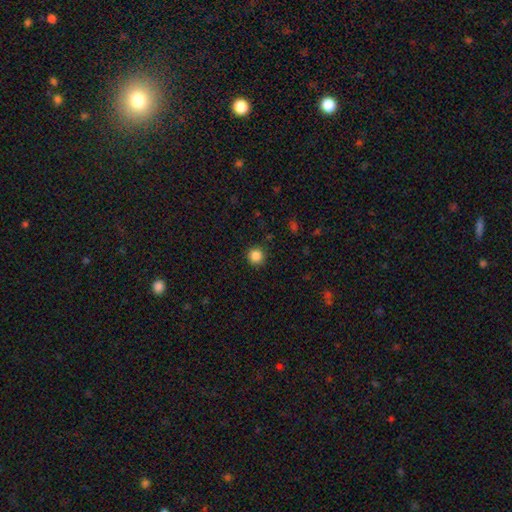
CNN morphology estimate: smooth_or_featured: smooth (p=0.86) [alt: star or artifact p=0.11]
how_rounded: round (p=0.94) [alt: in between p=0.05]
merging: none (p=0.91) [alt: minor disturbance p=0.06]